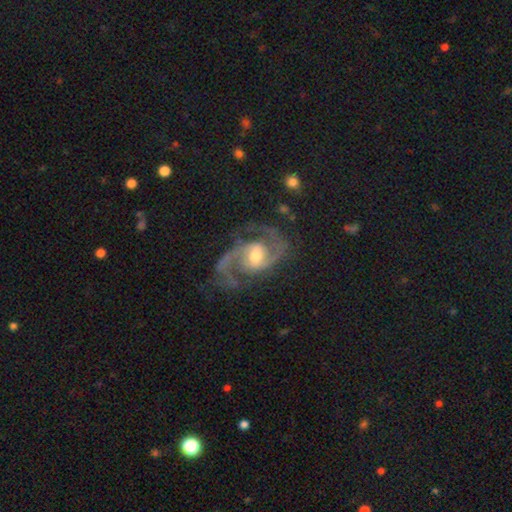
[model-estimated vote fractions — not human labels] Q: Smooth or featured?
A: featured or disk (90%); runner-up: star or artifact (6%)
Q: Edge-on disk?
A: no (98%); runner-up: yes (2%)
Q: Bar?
A: no (47%); runner-up: weak (40%)
Q: Spiral arms?
A: yes (98%); runner-up: no (2%)
Q: Spiral winding?
A: medium (59%); runner-up: tight (22%)
Q: Spiral arm count?
A: 2 (88%); runner-up: 3 (4%)
Q: Bulge size?
A: moderate (66%); runner-up: small (25%)
Q: Merging?
A: none (73%); runner-up: minor disturbance (16%)